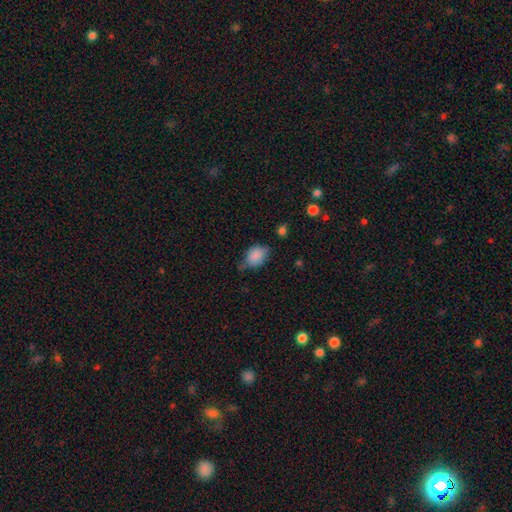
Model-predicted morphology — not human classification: Smooth or featured: smooth — 84% (star or artifact — 9%)
How rounded: in between — 72% (round — 27%)
Merging: none — 48% (minor disturbance — 38%)